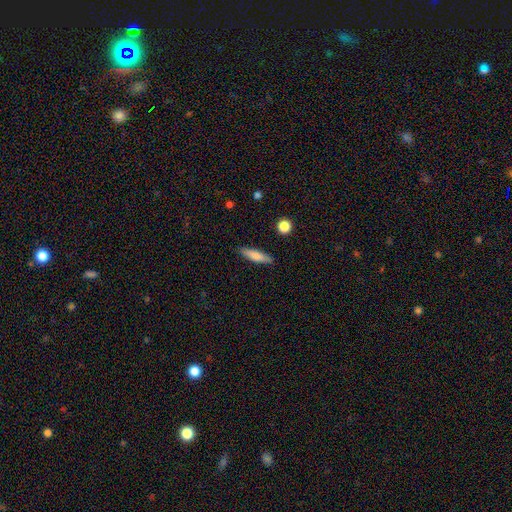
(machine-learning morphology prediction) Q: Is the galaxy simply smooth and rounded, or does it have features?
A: smooth — 75%.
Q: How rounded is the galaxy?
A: cigar-shaped — 78%.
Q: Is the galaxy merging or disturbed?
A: none — 88%.